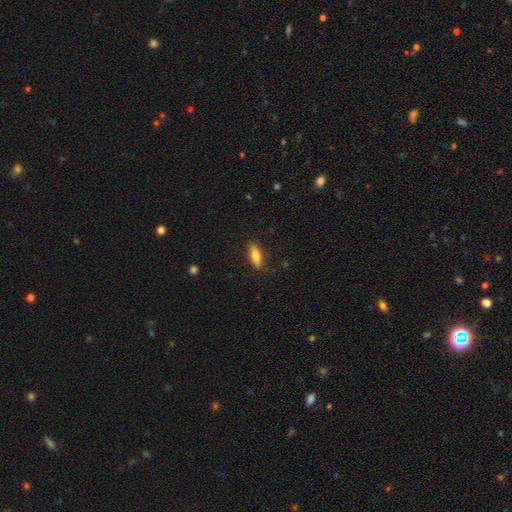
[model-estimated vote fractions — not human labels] Smooth or featured?
  - smooth: 67% *
  - featured or disk: 26%
  - star or artifact: 6%
How rounded?
  - in between: 50% *
  - cigar-shaped: 47%
  - round: 3%
Merging?
  - none: 85% *
  - minor disturbance: 11%
  - major disturbance: 3%
  - merger: 1%